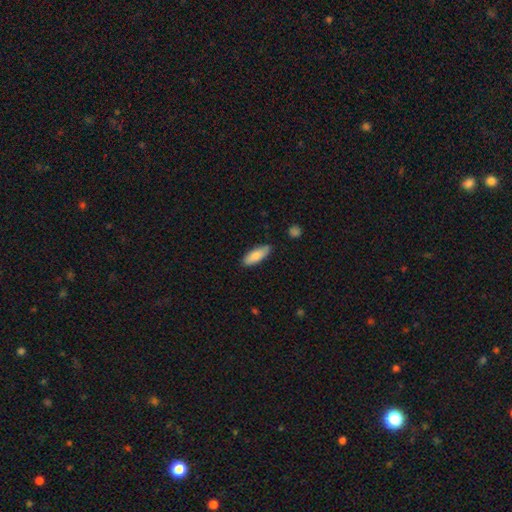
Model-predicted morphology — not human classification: A smooth galaxy with no disk features (83%) that is in between round and cigar-shaped (69%). Merging: none (81%).